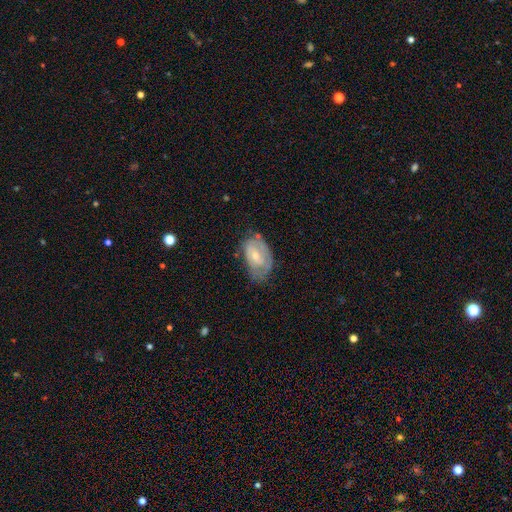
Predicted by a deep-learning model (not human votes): featured or disk 57%, smooth 36%, star or artifact 7%. Down the decision tree: edge-on disk — no (94%); bar — no (60%); spiral arms — yes (63%); bulge size — small (50%); merging — none (50%).